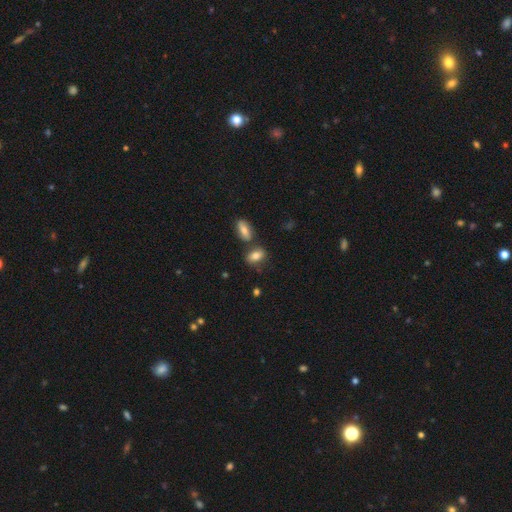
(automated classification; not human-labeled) A smooth galaxy with no disk features (80%) that is in between round and cigar-shaped (84%).

Vote fractions:
- Smooth or featured? smooth: 80% / featured or disk: 12% / star or artifact: 9%
- How rounded? in between: 84% / round: 12% / cigar-shaped: 4%
- Merging? none: 63% / merger: 21% / minor disturbance: 12% / major disturbance: 3%